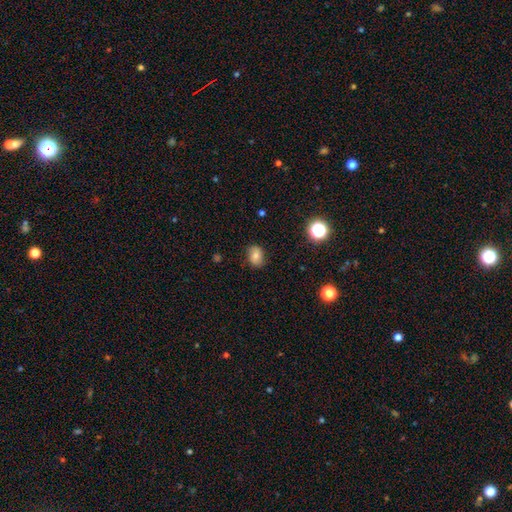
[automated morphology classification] A smooth galaxy with no disk features (78%) that is in between round and cigar-shaped (68%).

Vote fractions:
- Smooth or featured? smooth: 78% / star or artifact: 12% / featured or disk: 10%
- How rounded? in between: 68% / round: 31% / cigar-shaped: 1%
- Merging? none: 84% / minor disturbance: 12% / major disturbance: 3% / merger: 1%